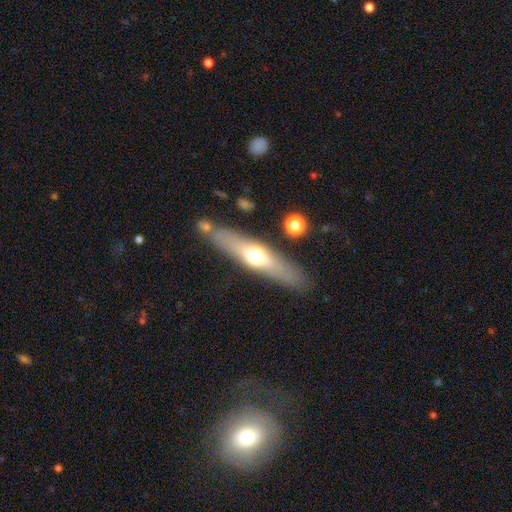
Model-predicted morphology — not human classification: Smooth or featured: featured or disk — 47% (smooth — 46%)
Merging: none — 83% (minor disturbance — 10%)